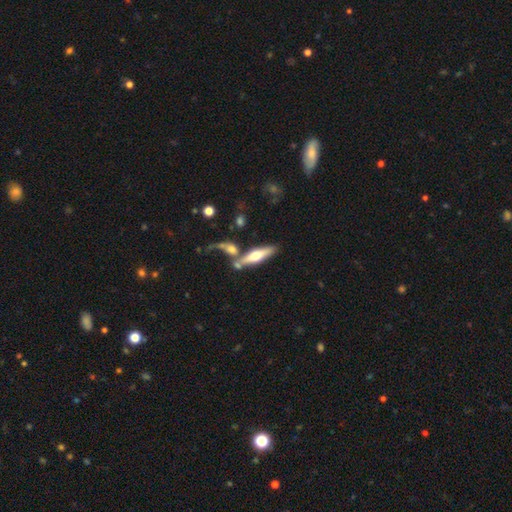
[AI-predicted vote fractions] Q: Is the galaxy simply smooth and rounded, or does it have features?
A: featured or disk — 50%.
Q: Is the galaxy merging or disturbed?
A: none — 54%.